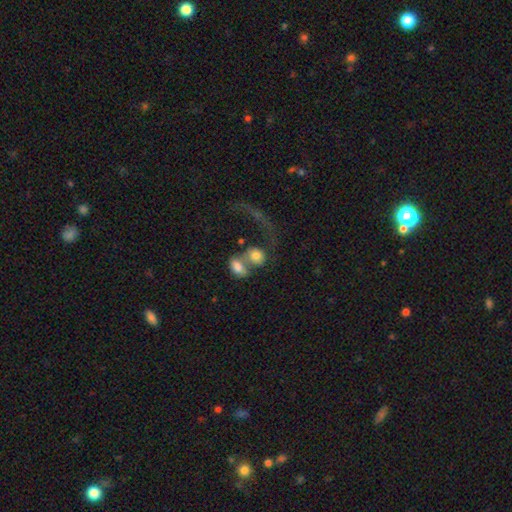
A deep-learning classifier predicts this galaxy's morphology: smooth-or-featured: smooth: 69% | featured or disk: 21% | star or artifact: 9%
  how-rounded: in between: 57% | round: 41% | cigar-shaped: 3%
  merging: merger: 65% | major disturbance: 15% | none: 14% | minor disturbance: 6%